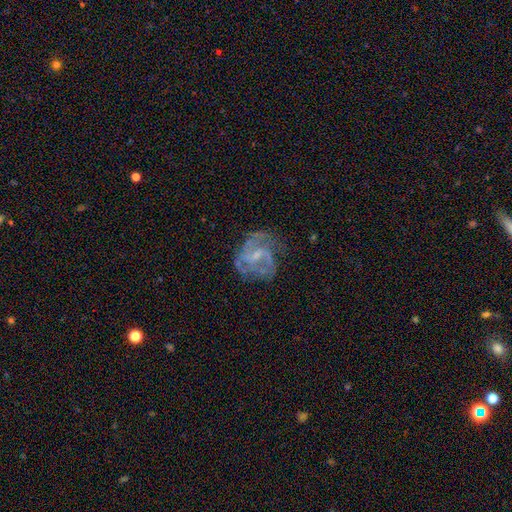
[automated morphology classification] smooth_or_featured: featured or disk (p=0.79) [alt: smooth p=0.12]
disk_edge_on: no (p=0.98) [alt: yes p=0.02]
bar: weak (p=0.54) [alt: no p=0.32]
has_spiral_arms: yes (p=0.86) [alt: no p=0.14]
spiral_winding: medium (p=0.48) [alt: tight p=0.27]
spiral_arm_count: 2 (p=0.47) [alt: can't tell p=0.24]
bulge_size: small (p=0.58) [alt: moderate p=0.25]
merging: none (p=0.56) [alt: minor disturbance p=0.22]